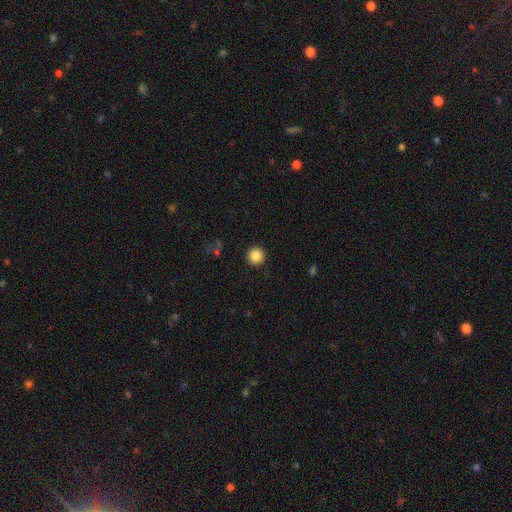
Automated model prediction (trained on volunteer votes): smooth-or-featured: smooth: 86% | star or artifact: 10% | featured or disk: 4%
  how-rounded: round: 96% | in between: 3% | cigar-shaped: 1%
  merging: none: 92% | minor disturbance: 5% | major disturbance: 2% | merger: 1%